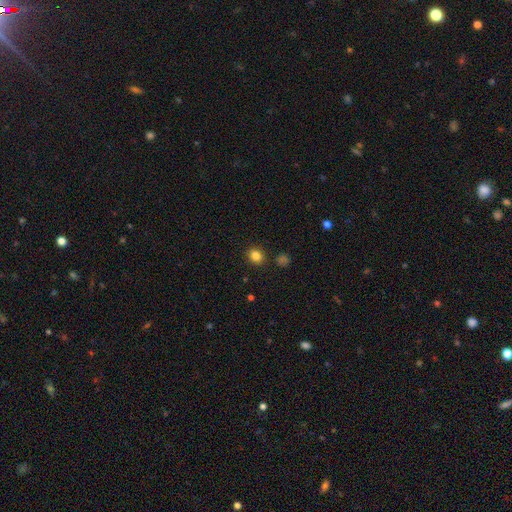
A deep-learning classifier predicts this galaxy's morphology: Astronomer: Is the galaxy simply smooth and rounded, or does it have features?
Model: smooth — 83%.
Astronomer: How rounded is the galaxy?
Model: round — 69%.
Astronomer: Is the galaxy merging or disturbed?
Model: none — 88%.